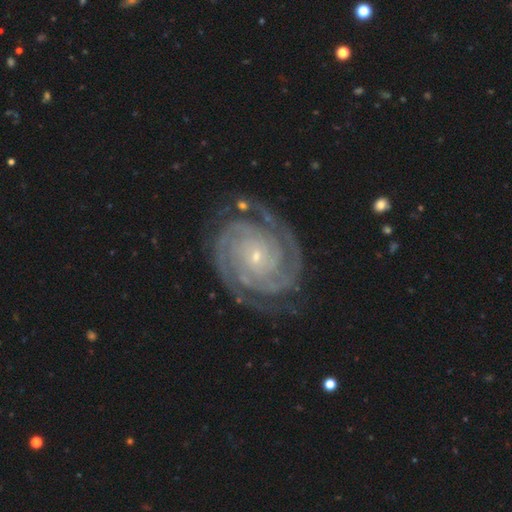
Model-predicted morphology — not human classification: Smooth or featured?
  - featured or disk: 92% *
  - star or artifact: 5%
  - smooth: 3%
Edge-on disk?
  - no: 98% *
  - yes: 2%
Bar?
  - no: 77% *
  - weak: 14%
  - strong: 9%
Spiral arms?
  - yes: 99% *
  - no: 1%
Spiral winding?
  - tight: 86% *
  - medium: 12%
  - loose: 2%
Spiral arm count?
  - 2: 50% *
  - 3: 16%
  - can't tell: 11%
  - 4: 10%
  - more than 4: 7%
  - 1: 6%
Bulge size?
  - small: 85% *
  - moderate: 12%
  - none: 2%
  - large: 1%
  - dominant: 1%
Merging?
  - none: 79% *
  - minor disturbance: 14%
  - major disturbance: 5%
  - merger: 2%